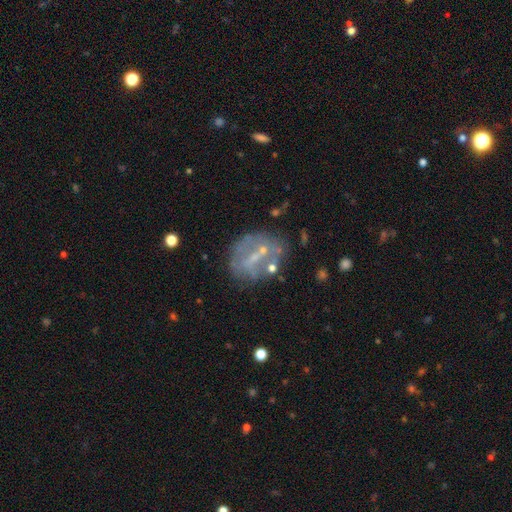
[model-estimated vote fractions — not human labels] This appears to be a featured or disk galaxy (60%) with a weak bar (36%), no spiral arms (67%) and a small central bulge (62%). Merging: none (60%).